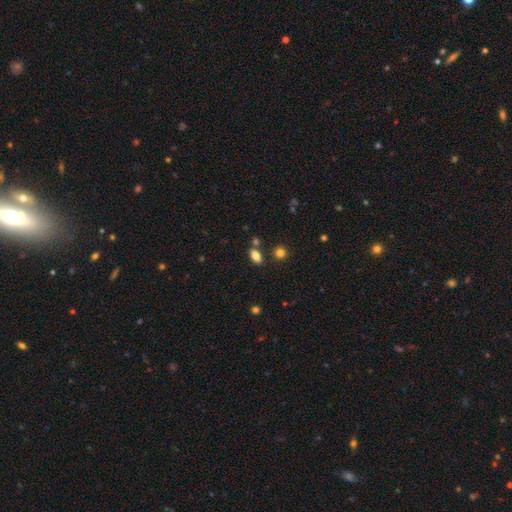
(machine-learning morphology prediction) smooth_or_featured: smooth (p=0.81) [alt: star or artifact p=0.10]
how_rounded: in between (p=0.86) [alt: round p=0.09]
merging: none (p=0.74) [alt: minor disturbance p=0.12]